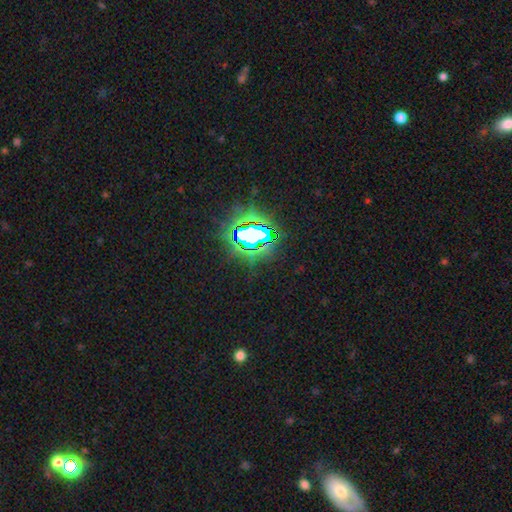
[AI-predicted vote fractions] This appears to be a star or artifact, not a galaxy (82%).